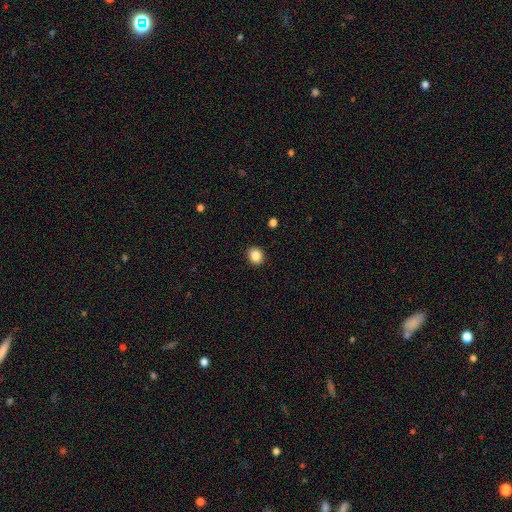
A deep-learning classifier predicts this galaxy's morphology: Smooth or featured?
  - smooth: 85% *
  - star or artifact: 10%
  - featured or disk: 5%
How rounded?
  - round: 71% *
  - in between: 28%
  - cigar-shaped: 1%
Merging?
  - none: 91% *
  - minor disturbance: 6%
  - major disturbance: 2%
  - merger: 1%